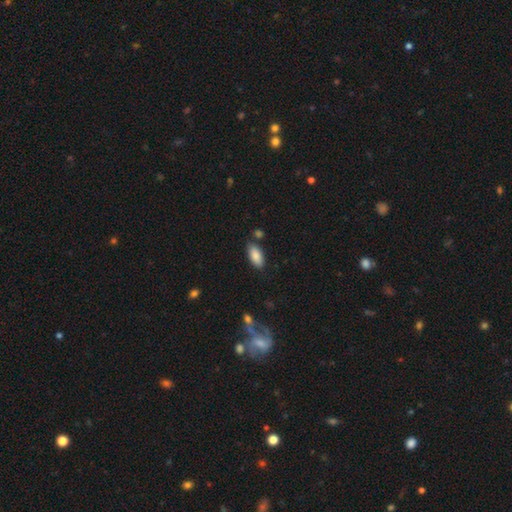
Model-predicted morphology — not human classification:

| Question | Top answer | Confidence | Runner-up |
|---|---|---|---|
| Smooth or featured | smooth | 87% | star or artifact (6%) |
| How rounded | in between | 91% | cigar-shaped (8%) |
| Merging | none | 81% | minor disturbance (12%) |